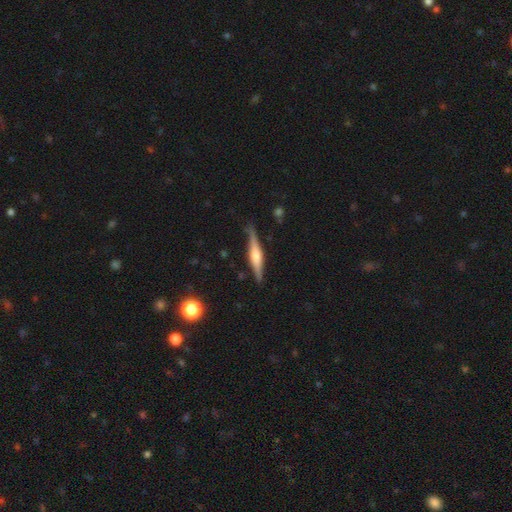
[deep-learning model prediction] Smooth or featured? featured or disk (70%)
Edge-on disk? yes (97%)
Edge-on bulge? rounded (72%)
Merging? none (84%)